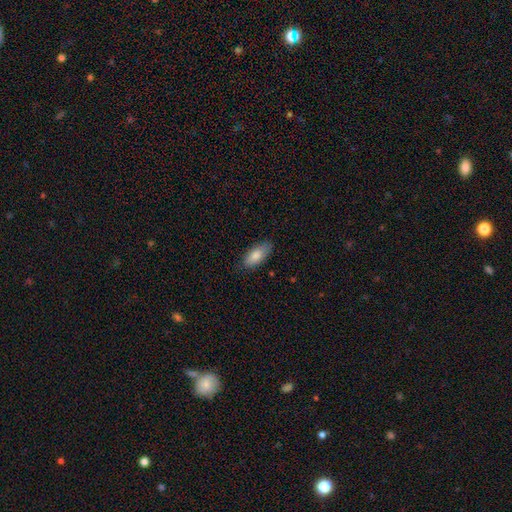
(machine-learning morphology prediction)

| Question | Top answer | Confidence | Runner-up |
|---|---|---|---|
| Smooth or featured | smooth | 83% | featured or disk (11%) |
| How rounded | in between | 86% | cigar-shaped (12%) |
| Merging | none | 80% | minor disturbance (16%) |